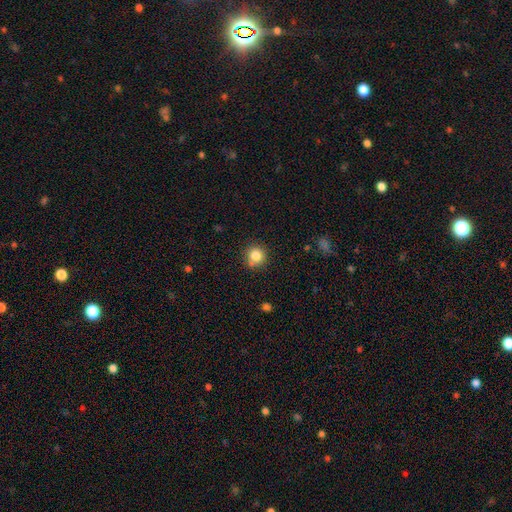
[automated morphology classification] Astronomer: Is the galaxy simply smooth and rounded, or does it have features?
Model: smooth — 83%.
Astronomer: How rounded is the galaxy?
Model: round — 91%.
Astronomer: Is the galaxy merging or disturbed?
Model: none — 78%.